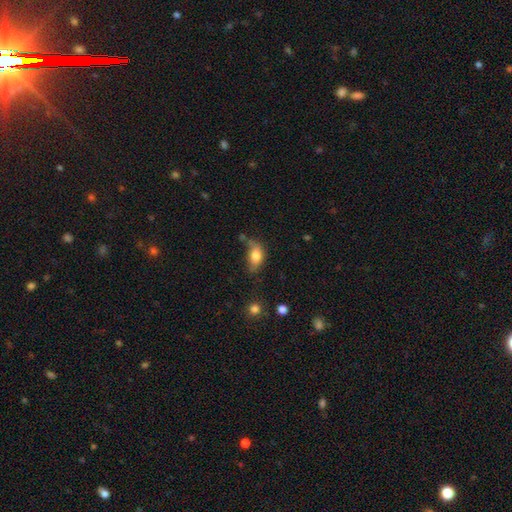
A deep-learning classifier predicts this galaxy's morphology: Smooth or featured? smooth (78%)
How rounded? in between (85%)
Merging? none (39%)